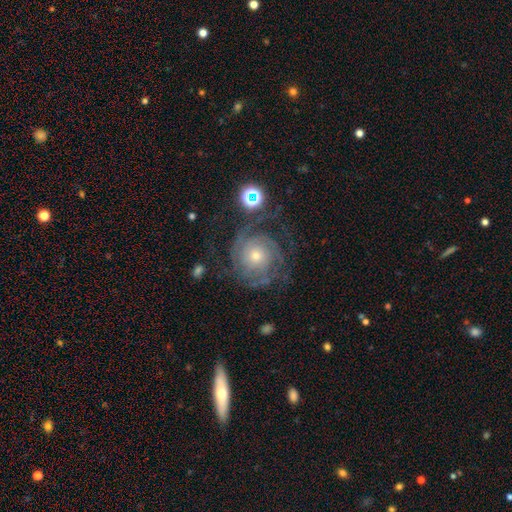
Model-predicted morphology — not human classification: This is clearly a featured or disk galaxy (80%). It is clearly not viewed edge-on (98%). Bar: clearly no (82%). Spiral arm pattern: clearly yes (94%). Spiral arm count: marginally can't tell (34%). Spiral winding: likely tight (71%). Central bulge: possibly small (49%). Merging: likely none (69%).